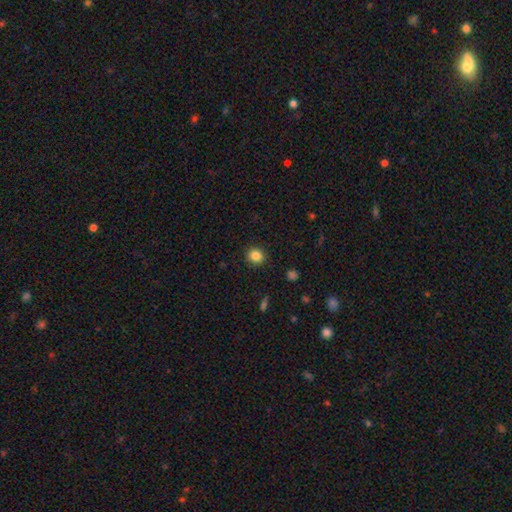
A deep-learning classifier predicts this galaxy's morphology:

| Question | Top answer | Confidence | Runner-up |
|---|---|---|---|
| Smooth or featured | smooth | 84% | star or artifact (11%) |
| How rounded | round | 86% | in between (13%) |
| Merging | none | 91% | minor disturbance (6%) |